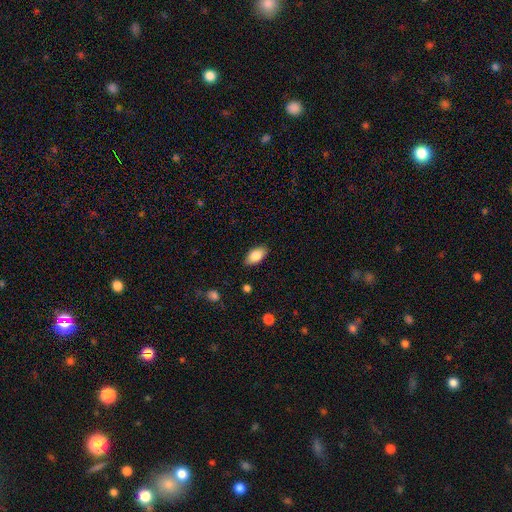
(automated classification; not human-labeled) A smooth galaxy with no disk features (83%) that is in between round and cigar-shaped (93%). Merging: none (87%).